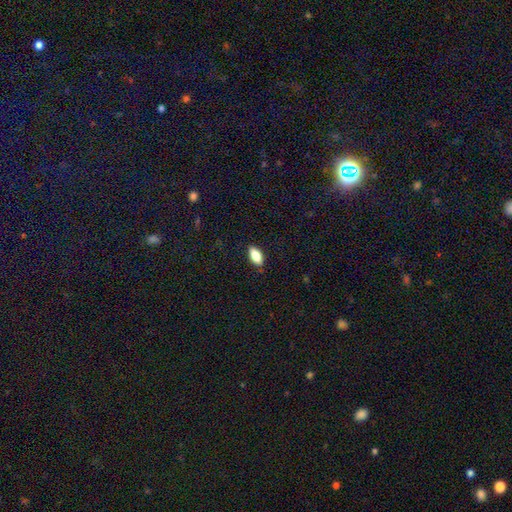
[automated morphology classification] Overall: smooth (78%). How rounded: in between (85%). Merging: none (86%).